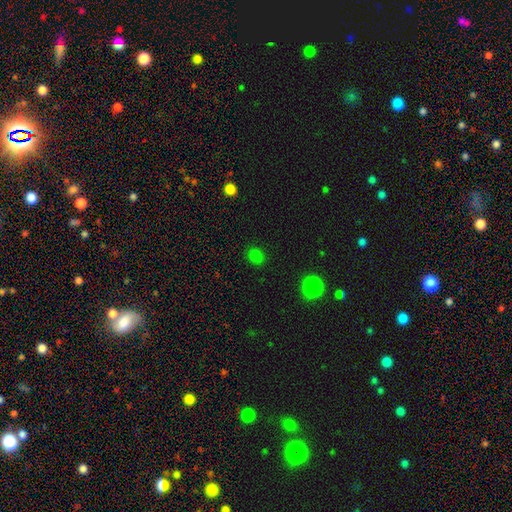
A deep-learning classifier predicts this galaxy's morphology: smooth 76%, star or artifact 20%, featured or disk 4%. Down the decision tree: how rounded — round (52%); merging — none (86%).